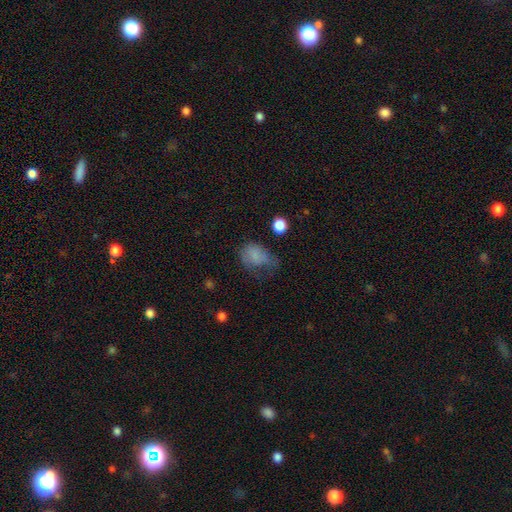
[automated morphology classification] A smooth galaxy with no disk features (71%) that is in between round and cigar-shaped (69%).

Vote fractions:
- Smooth or featured? smooth: 71% / featured or disk: 16% / star or artifact: 12%
- How rounded? in between: 69% / round: 30% / cigar-shaped: 1%
- Merging? major disturbance: 34% / minor disturbance: 33% / none: 30% / merger: 3%